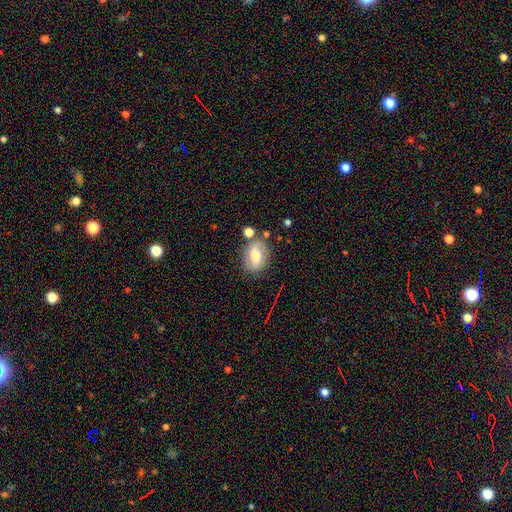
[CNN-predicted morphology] smooth 53%, featured or disk 38%, star or artifact 9%. Down the decision tree: how rounded — in between (67%); merging — none (73%).